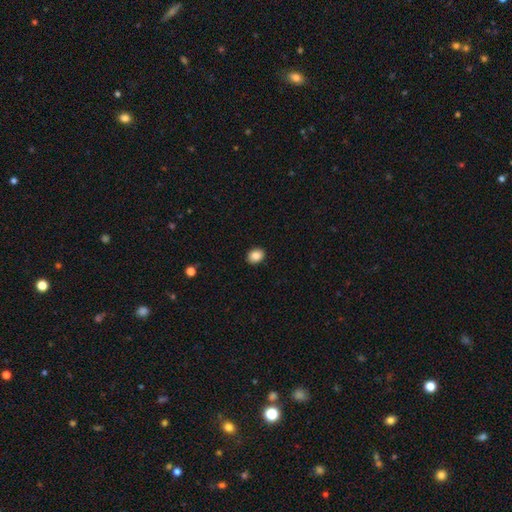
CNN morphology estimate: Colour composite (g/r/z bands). It shows a smooth galaxy with no disk features (86%) that is in between round and cigar-shaped (56%). Merging: none (91%).